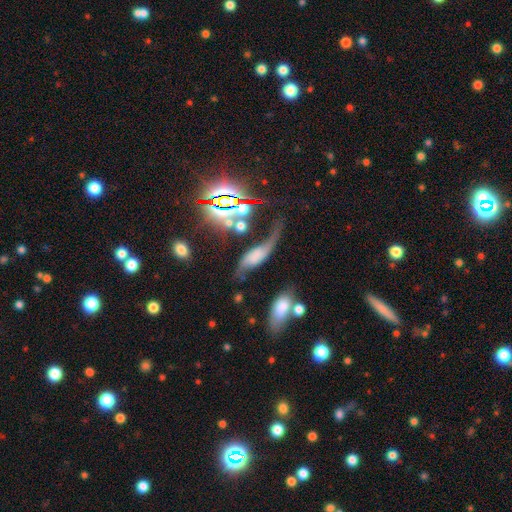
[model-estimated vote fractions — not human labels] This is likely a featured or disk galaxy (61%). It is clearly not viewed edge-on (85%). Bar: possibly no (58%). Spiral arm pattern: clearly yes (88%). Central bulge: possibly none (49%). Merging: marginally none (38%).